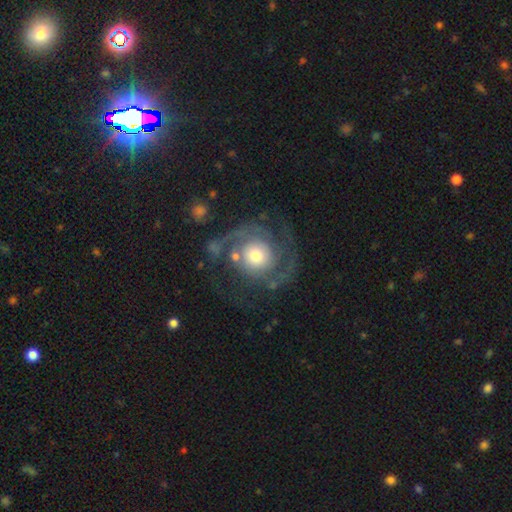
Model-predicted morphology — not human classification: Smooth or featured? featured or disk (84%)
Edge-on disk? no (98%)
Bar? no (78%)
Spiral arms? yes (95%)
Spiral winding? medium (45%)
Spiral arm count? 2 (78%)
Bulge size? moderate (55%)
Merging? none (63%)